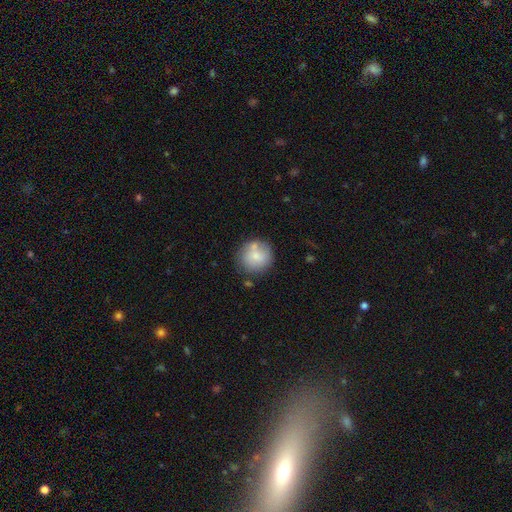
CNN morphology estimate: The model was most divided on "merging": none: 69%, minor disturbance: 15%, merger: 11%, major disturbance: 4%. More confident: how rounded — round (92%); smooth or featured — smooth (74%).